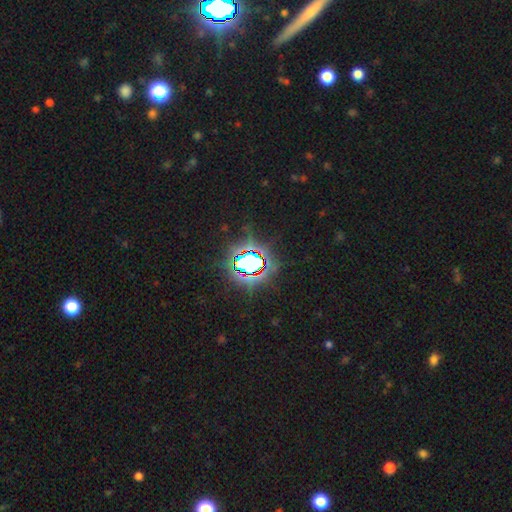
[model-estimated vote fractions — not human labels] Overall: star or artifact (82%).